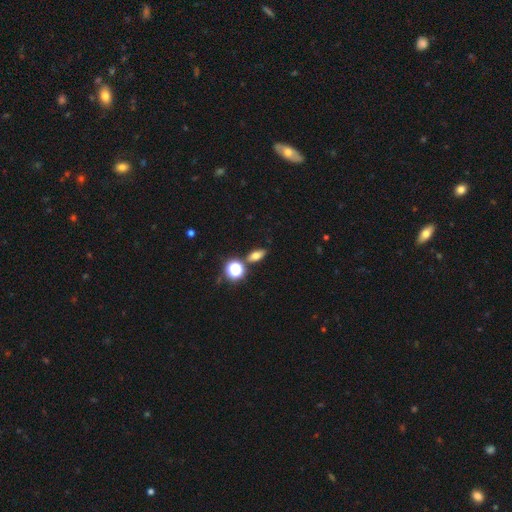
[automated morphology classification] smooth_or_featured: smooth (p=0.67) [alt: star or artifact p=0.18]
how_rounded: in between (p=0.72) [alt: round p=0.18]
merging: none (p=0.78) [alt: minor disturbance p=0.11]